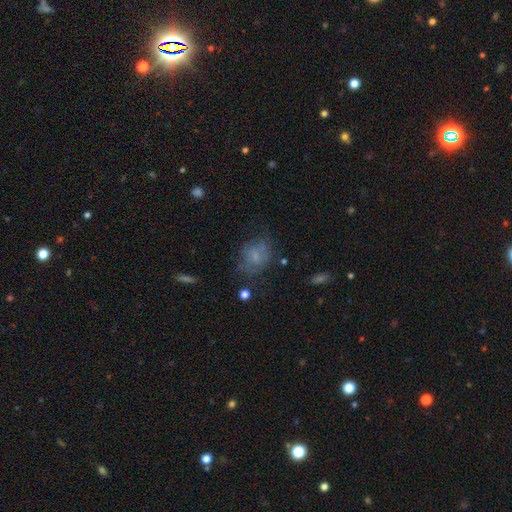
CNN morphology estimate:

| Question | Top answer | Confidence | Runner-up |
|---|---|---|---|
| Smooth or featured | smooth | 54% | featured or disk (31%) |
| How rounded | in between | 51% | round (47%) |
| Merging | none | 55% | minor disturbance (24%) |